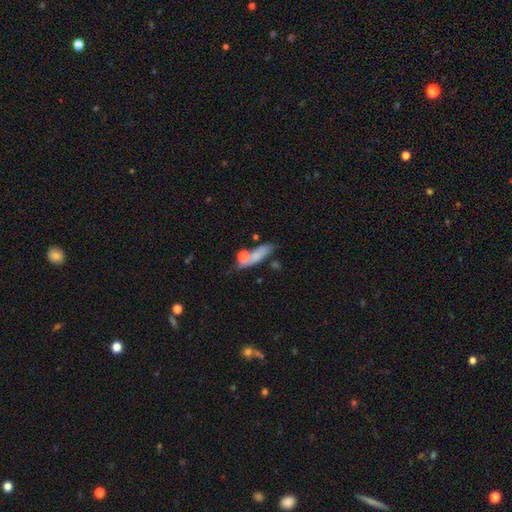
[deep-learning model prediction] The model was most divided on "how rounded": in between: 47%, cigar-shaped: 46%, round: 7%. Remaining: smooth or featured — smooth (69%); merging — none (48%).